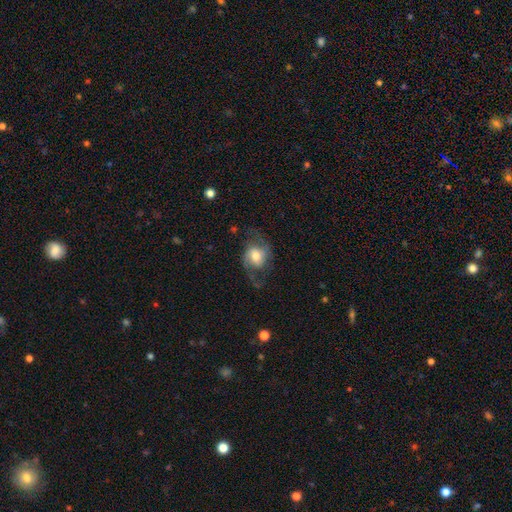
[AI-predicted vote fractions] Q: Smooth or featured?
A: featured or disk (71%); runner-up: smooth (22%)
Q: Edge-on disk?
A: no (97%); runner-up: yes (3%)
Q: Bar?
A: no (52%); runner-up: weak (38%)
Q: Spiral arms?
A: yes (92%); runner-up: no (8%)
Q: Spiral winding?
A: medium (45%); runner-up: loose (44%)
Q: Spiral arm count?
A: 2 (88%); runner-up: can't tell (4%)
Q: Bulge size?
A: moderate (49%); runner-up: large (32%)
Q: Merging?
A: none (61%); runner-up: major disturbance (19%)